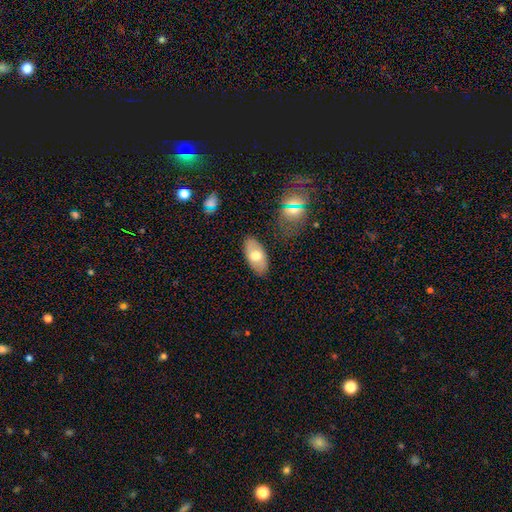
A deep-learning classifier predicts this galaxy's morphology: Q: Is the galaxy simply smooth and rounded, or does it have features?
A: smooth — 65%.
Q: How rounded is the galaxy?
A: in between — 92%.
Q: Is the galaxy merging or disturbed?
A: none — 84%.